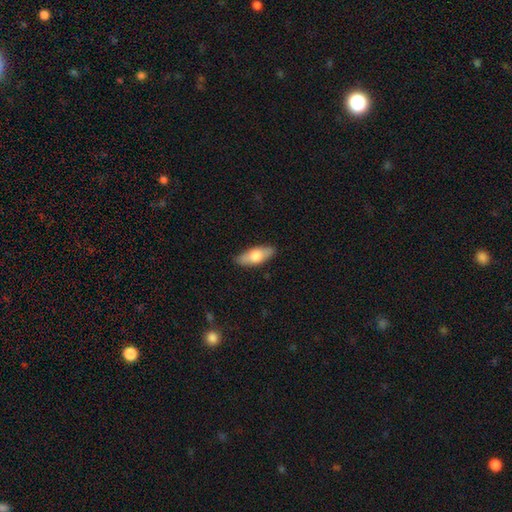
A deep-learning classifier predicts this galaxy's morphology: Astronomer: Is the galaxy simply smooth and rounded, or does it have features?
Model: smooth — 68%.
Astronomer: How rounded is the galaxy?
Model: in between — 74%.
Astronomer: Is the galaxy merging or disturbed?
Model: none — 87%.